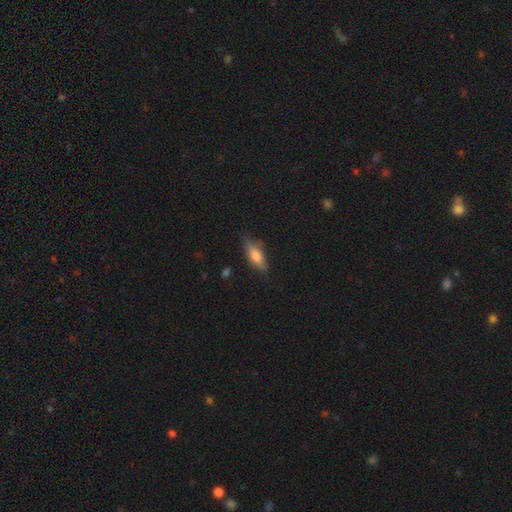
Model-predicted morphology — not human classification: Smooth or featured: smooth — 73% (featured or disk — 20%)
How rounded: in between — 67% (cigar-shaped — 30%)
Merging: none — 76% (minor disturbance — 19%)